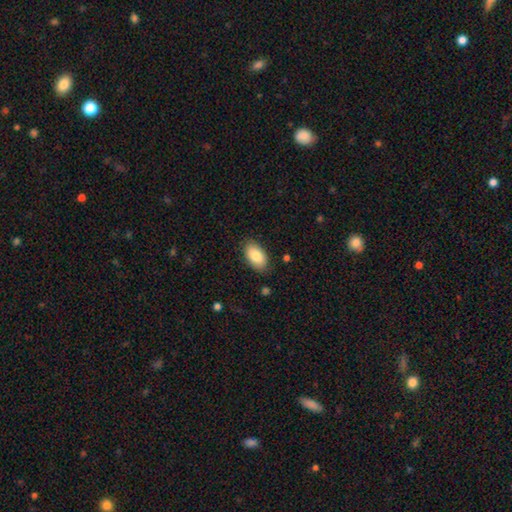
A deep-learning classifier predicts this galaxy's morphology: Overall: smooth (85%). How rounded: in between (95%). Merging: none (85%).